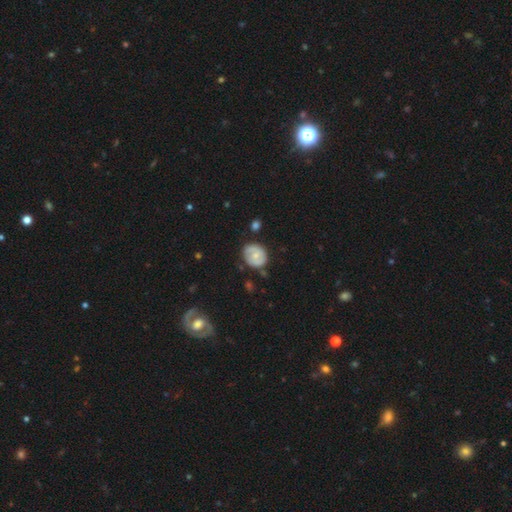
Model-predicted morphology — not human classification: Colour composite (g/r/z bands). It shows a smooth galaxy with no disk features (51%) that is round (70%). Merging: none (67%).